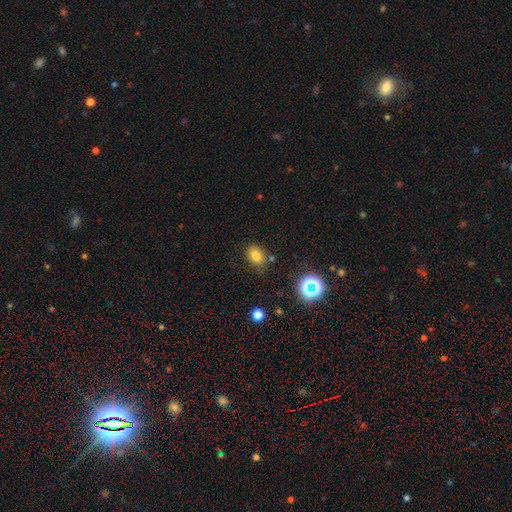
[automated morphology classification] Smooth or featured: smooth — 77% (star or artifact — 16%)
How rounded: in between — 71% (round — 28%)
Merging: none — 75% (minor disturbance — 15%)